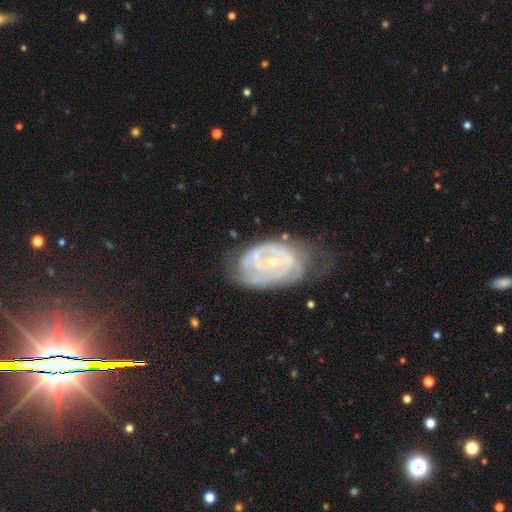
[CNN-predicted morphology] The model was most divided on "spiral arm count": can't tell: 43%, 2: 32%, 3: 10%, 1: 8%, 4: 4%, more than 4: 3%. Remaining: edge-on disk — no (97%); smooth or featured — featured or disk (76%); spiral arms — yes (72%); bulge size — small (72%); bar — no (67%); spiral winding — tight (59%); merging — none (46%).